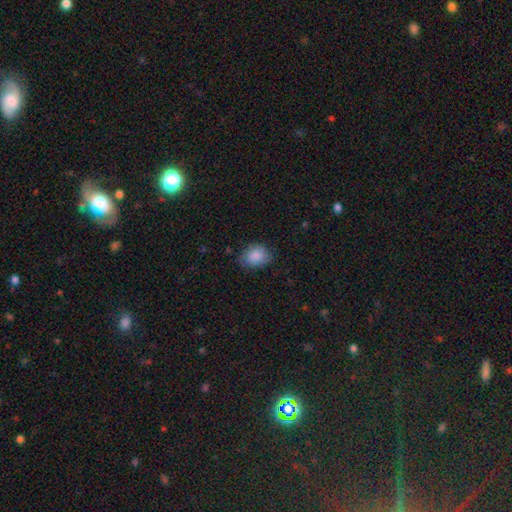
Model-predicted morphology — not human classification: Smooth or featured: smooth — 88% (star or artifact — 7%)
How rounded: in between — 56% (round — 43%)
Merging: none — 75% (minor disturbance — 20%)